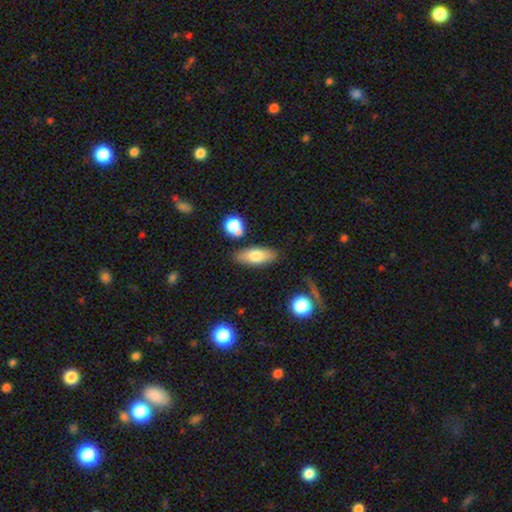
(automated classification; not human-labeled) smooth-or-featured: smooth: 73% | featured or disk: 20% | star or artifact: 7%
  how-rounded: in between: 76% | cigar-shaped: 20% | round: 4%
  merging: none: 80% | minor disturbance: 12% | merger: 6% | major disturbance: 3%